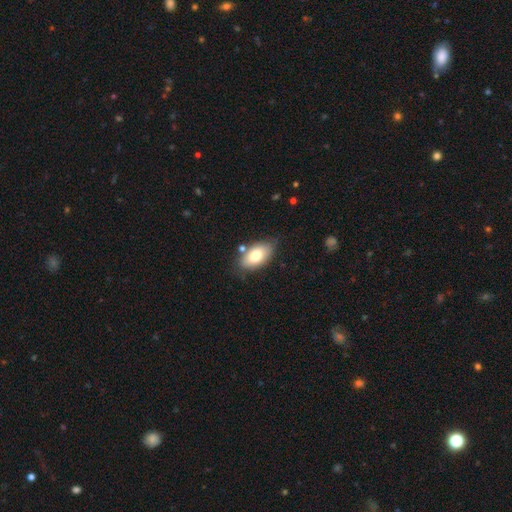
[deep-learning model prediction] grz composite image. It shows a smooth galaxy with no disk features (75%) that is in between round and cigar-shaped (92%). Merging: none (73%).